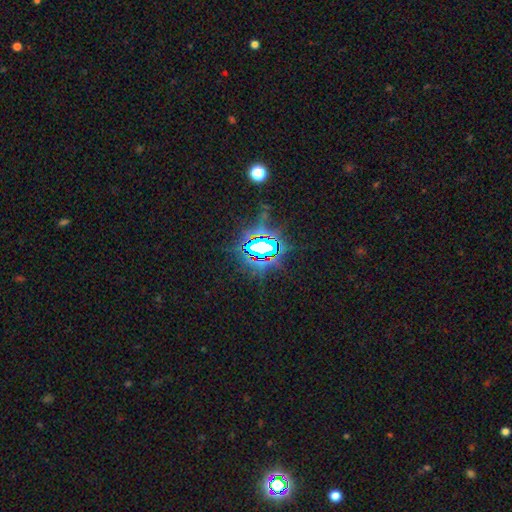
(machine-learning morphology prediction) A star or artifact, not a galaxy (83%).